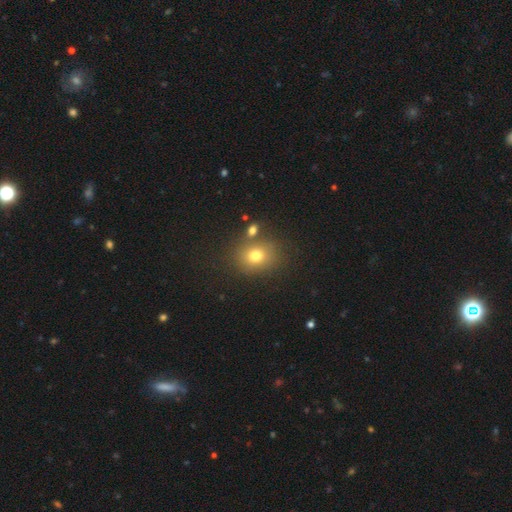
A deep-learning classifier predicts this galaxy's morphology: A smooth galaxy with no disk features (74%) that is round (65%).

Vote fractions:
- Smooth or featured? smooth: 74% / star or artifact: 15% / featured or disk: 11%
- How rounded? round: 65% / in between: 34% / cigar-shaped: 1%
- Merging? none: 71% / merger: 13% / minor disturbance: 11% / major disturbance: 5%